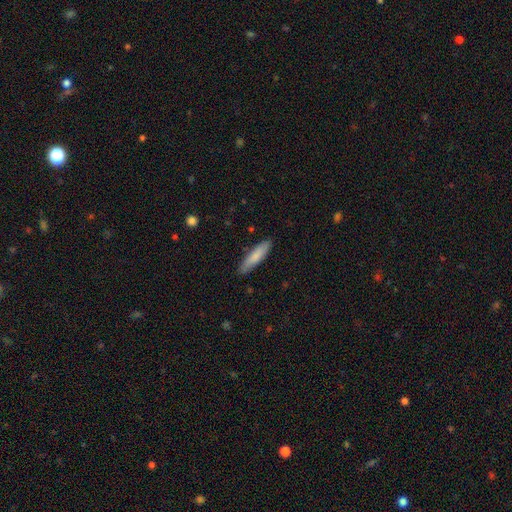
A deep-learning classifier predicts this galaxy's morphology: type=smooth (80%); roundness=cigar-shaped (76%); merging=none (86%).